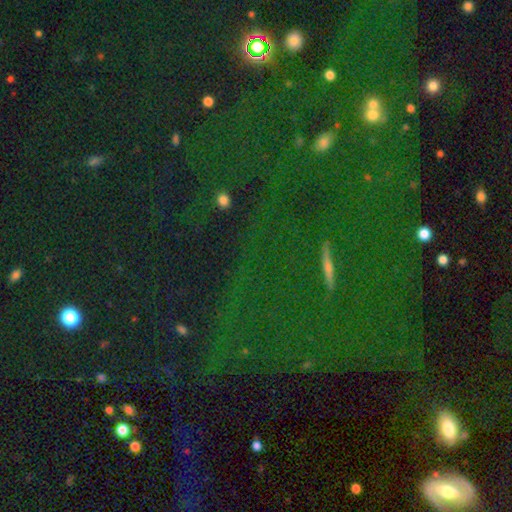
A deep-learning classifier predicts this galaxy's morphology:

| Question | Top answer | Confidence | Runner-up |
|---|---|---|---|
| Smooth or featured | star or artifact | 72% | smooth (15%) |